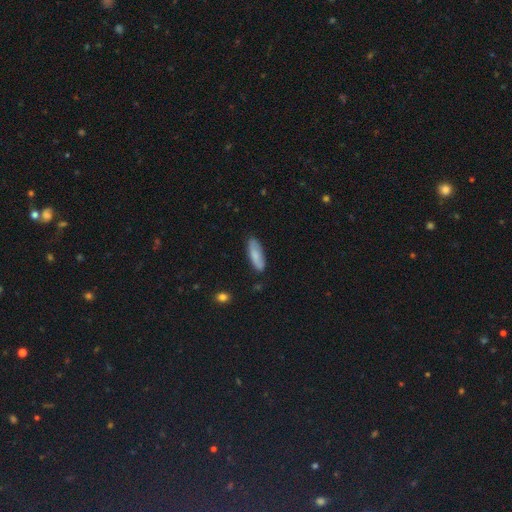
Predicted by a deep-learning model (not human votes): Morphology: type=smooth (81%); roundness=in between (53%); merging=none (82%).